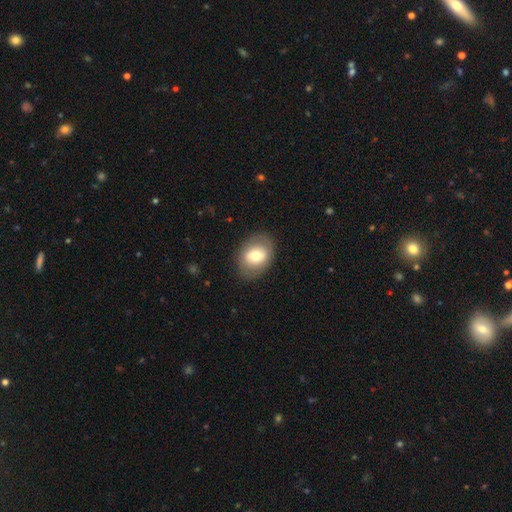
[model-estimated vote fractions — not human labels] This is likely a smooth galaxy (68%). How rounded: likely in between (63%). Merging: clearly none (84%).